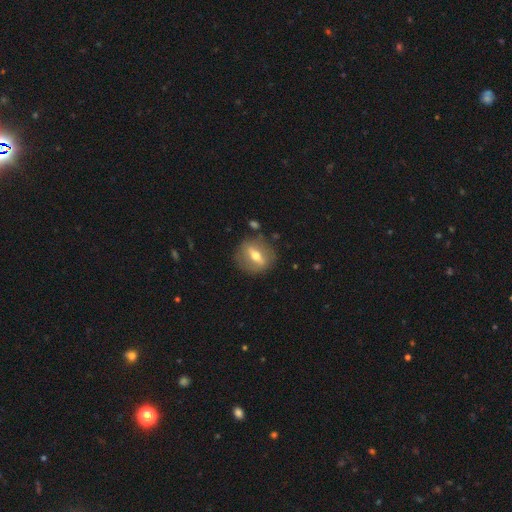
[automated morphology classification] This is possibly a featured or disk galaxy (58%). It is likely not viewed edge-on (63%). Merging: clearly none (82%).